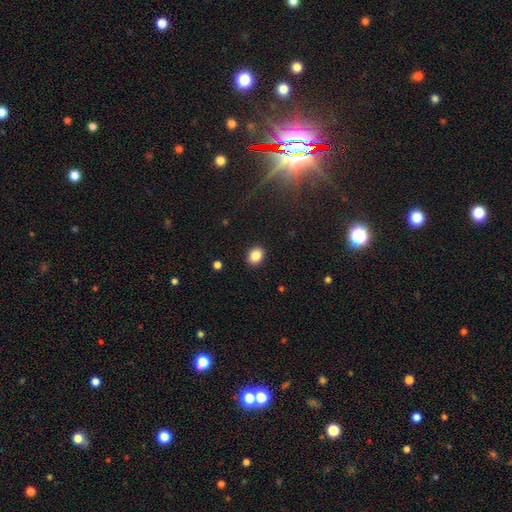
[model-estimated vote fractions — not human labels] A smooth galaxy with no disk features (87%) that is round (50%).

Vote fractions:
- Smooth or featured? smooth: 87% / star or artifact: 9% / featured or disk: 4%
- How rounded? round: 50% / in between: 49% / cigar-shaped: 1%
- Merging? none: 90% / minor disturbance: 7% / major disturbance: 2% / merger: 1%